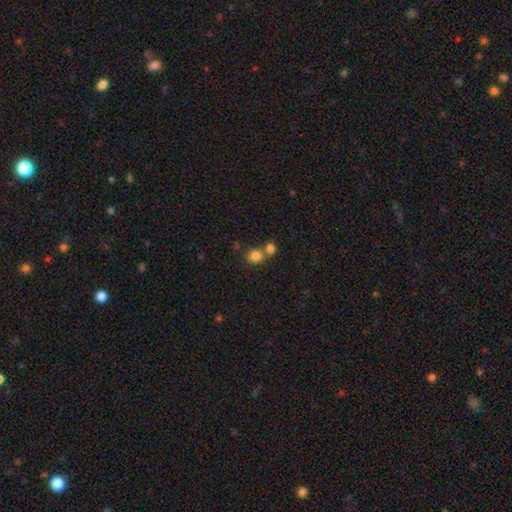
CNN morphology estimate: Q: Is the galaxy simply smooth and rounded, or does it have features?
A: smooth — 82%.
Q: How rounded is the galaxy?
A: round — 79%.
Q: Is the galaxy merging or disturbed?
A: none — 49%.